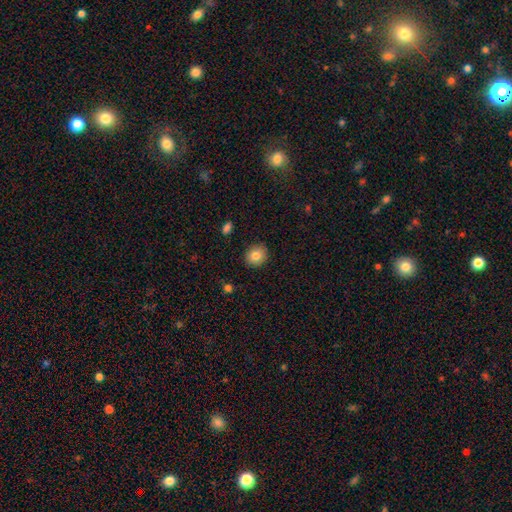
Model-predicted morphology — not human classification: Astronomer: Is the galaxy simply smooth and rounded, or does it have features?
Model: smooth — 83%.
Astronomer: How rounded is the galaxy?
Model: round — 73%.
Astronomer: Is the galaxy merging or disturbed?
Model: none — 89%.